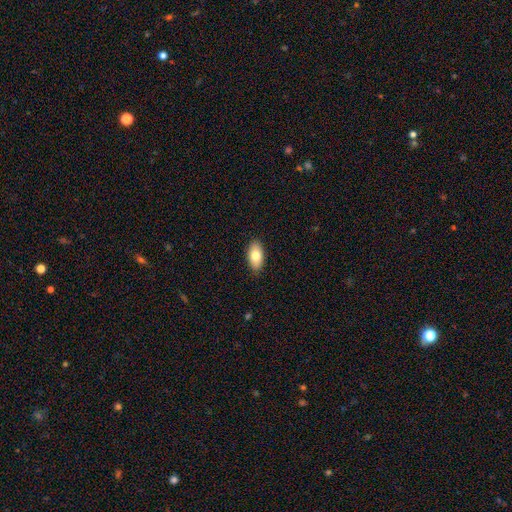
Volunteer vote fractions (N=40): Smooth or featured: smooth — 80% (featured or disk — 12%)
How rounded: in between — 94% (cigar-shaped — 6%)
Merging: none — 78% (minor disturbance — 16%)